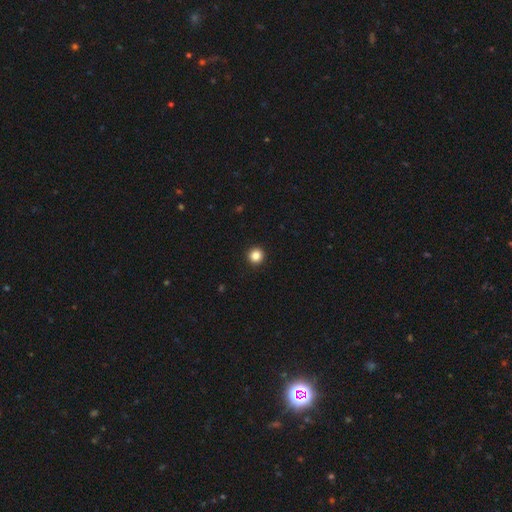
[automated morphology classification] Smooth or featured?
  - smooth: 86% *
  - star or artifact: 11%
  - featured or disk: 3%
How rounded?
  - round: 95% *
  - in between: 4%
  - cigar-shaped: 1%
Merging?
  - none: 94% *
  - minor disturbance: 4%
  - major disturbance: 1%
  - merger: 1%